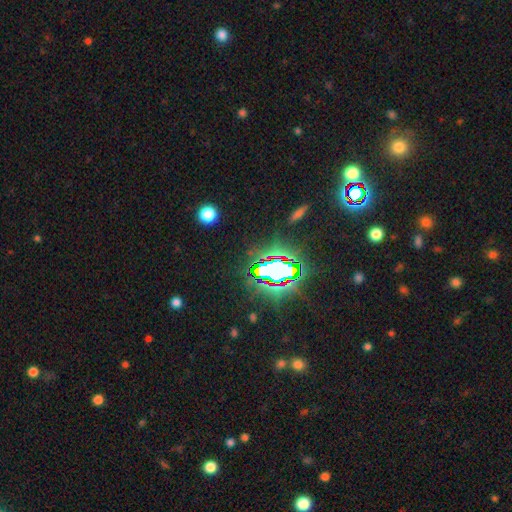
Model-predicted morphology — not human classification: Smooth or featured: star or artifact — 84% (smooth — 9%)